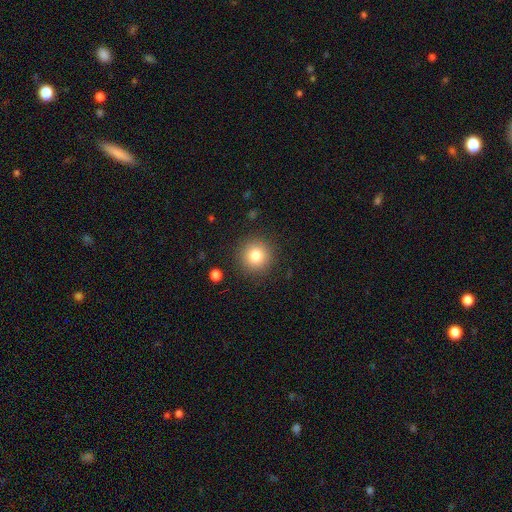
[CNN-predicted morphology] Smooth or featured: smooth — 81% (star or artifact — 11%)
How rounded: round — 95% (in between — 4%)
Merging: none — 90% (minor disturbance — 6%)